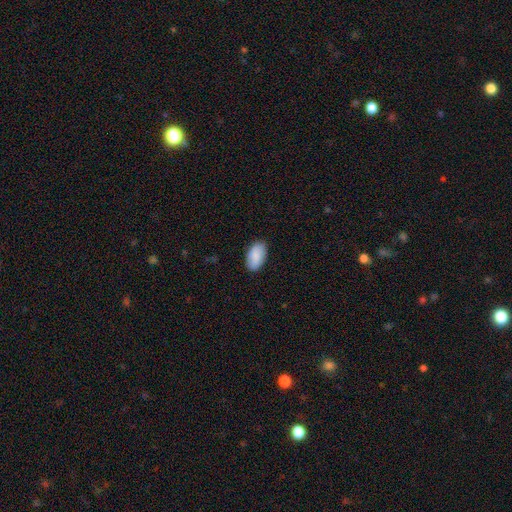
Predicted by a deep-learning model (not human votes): The model was most divided on "merging": none: 84%, minor disturbance: 13%, major disturbance: 2%, merger: 1%. More confident: how rounded — in between (95%); smooth or featured — smooth (84%).